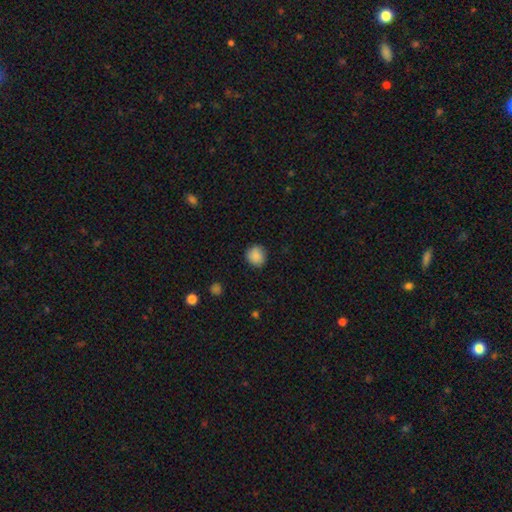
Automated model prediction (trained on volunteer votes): The model was most divided on "how rounded": round: 85%, in between: 14%, cigar-shaped: 1%. More confident: smooth or featured — smooth (88%); merging — none (87%).